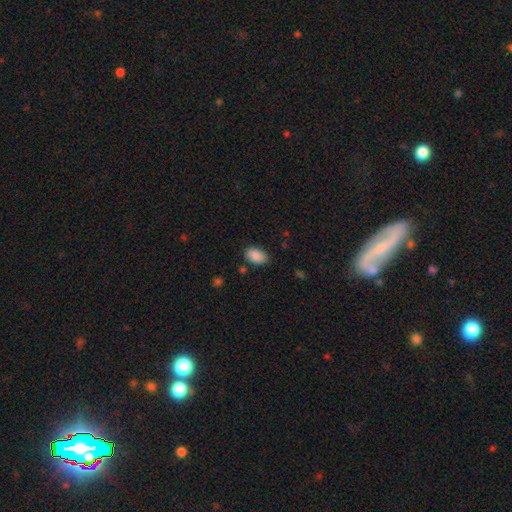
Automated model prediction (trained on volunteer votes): A smooth galaxy with no disk features (89%) that is in between round and cigar-shaped (89%). Merging: none (81%).